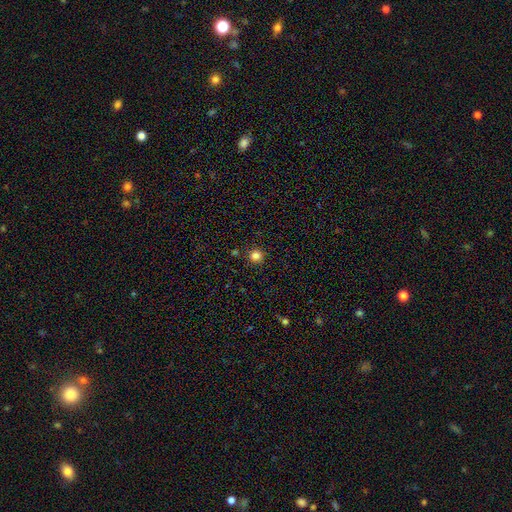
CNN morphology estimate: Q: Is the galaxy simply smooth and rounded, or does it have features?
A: smooth — 83%.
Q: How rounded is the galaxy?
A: round — 93%.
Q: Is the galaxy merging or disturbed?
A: none — 90%.